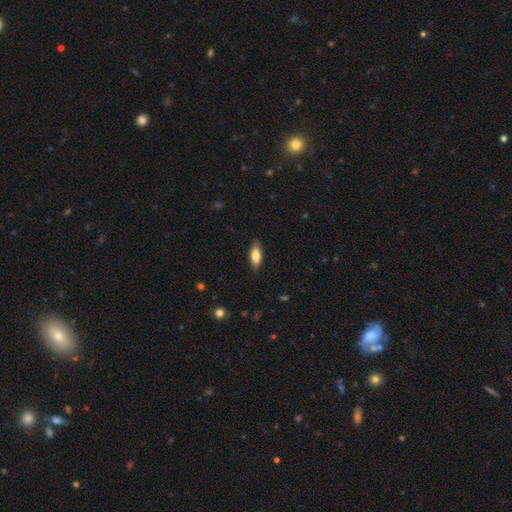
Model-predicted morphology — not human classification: Smooth or featured?
  - smooth: 82% *
  - featured or disk: 12%
  - star or artifact: 6%
How rounded?
  - in between: 78% *
  - cigar-shaped: 20%
  - round: 2%
Merging?
  - none: 83% *
  - minor disturbance: 13%
  - major disturbance: 3%
  - merger: 1%